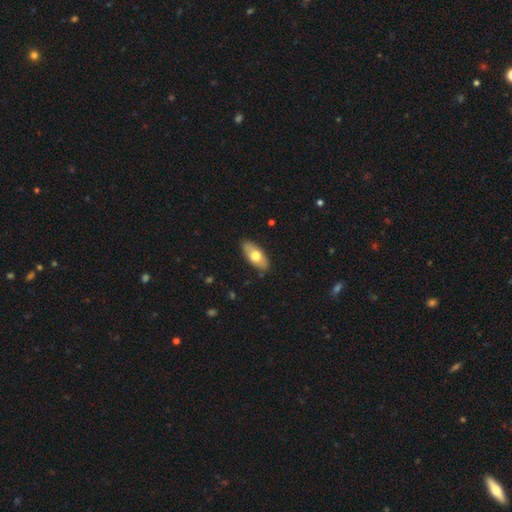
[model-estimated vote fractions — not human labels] Q: Smooth or featured?
A: smooth (67%); runner-up: featured or disk (28%)
Q: How rounded?
A: in between (87%); runner-up: cigar-shaped (10%)
Q: Merging?
A: none (86%); runner-up: minor disturbance (11%)